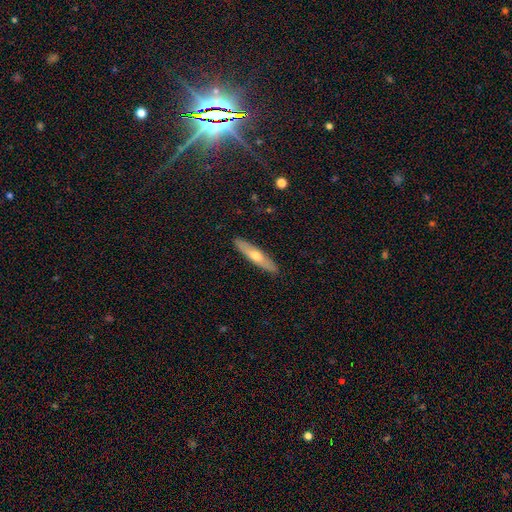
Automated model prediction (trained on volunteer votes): The model was most divided on "smooth or featured": smooth: 49%, featured or disk: 45%, star or artifact: 6%. More confident: merging — none (90%).